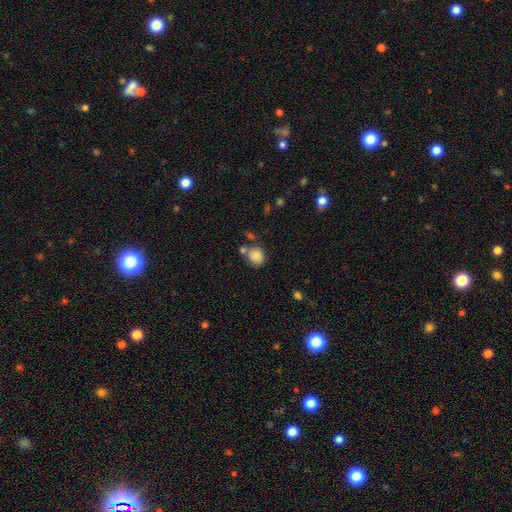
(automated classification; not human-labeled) Smooth or featured? smooth (81%)
How rounded? round (74%)
Merging? none (58%)